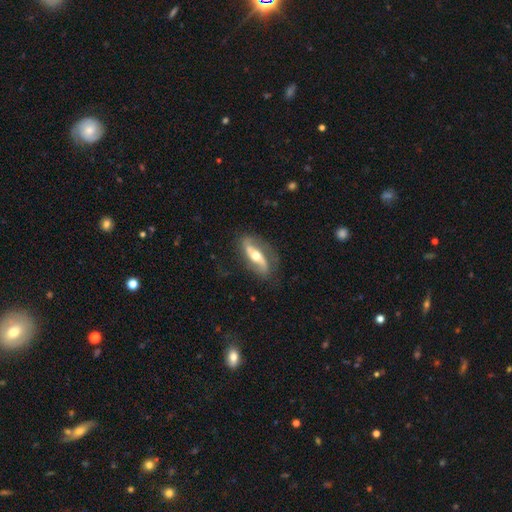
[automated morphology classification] smooth-or-featured: featured or disk: 79% | smooth: 16% | star or artifact: 5%
  disk-edge-on: no: 85% | yes: 15%
    bar: strong: 39% | no: 34% | weak: 27%
    has-spiral-arms: yes: 90% | no: 10%
      spiral-winding: loose: 55% | medium: 32% | tight: 14%
      spiral-arm-count: 2: 89% | can't tell: 4% | 1: 4% | 3: 1% | 4: 1% | more than 4: 1%
    bulge-size: moderate: 70% | small: 19% | large: 8% | dominant: 1% | none: 1%
  merging: none: 75% | minor disturbance: 17% | major disturbance: 7% | merger: 2%